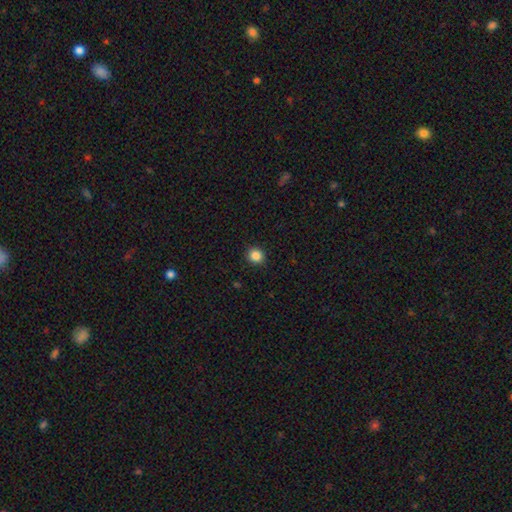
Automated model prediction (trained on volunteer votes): Smooth or featured? Predicted: smooth (p=0.86). How rounded? Predicted: round (p=0.86). Merging? Predicted: none (p=0.91).